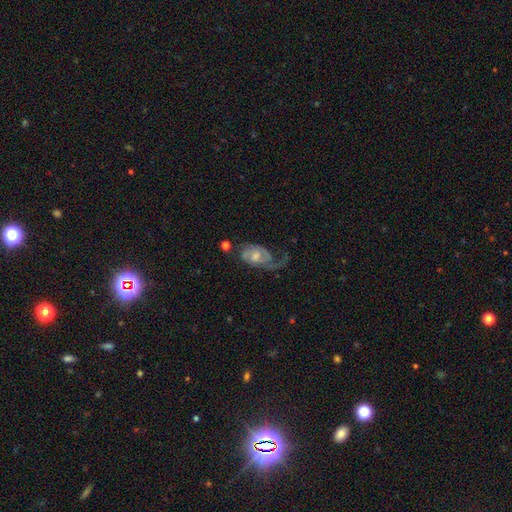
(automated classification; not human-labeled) The model was most divided on "merging": major disturbance: 40%, none: 35%, minor disturbance: 21%, merger: 4%. Remaining: edge-on disk — no (96%); spiral arms — yes (91%); smooth or featured — featured or disk (76%); bulge size — moderate (50%); bar — no (50%); spiral arm count — 2 (47%); spiral winding — medium (39%).